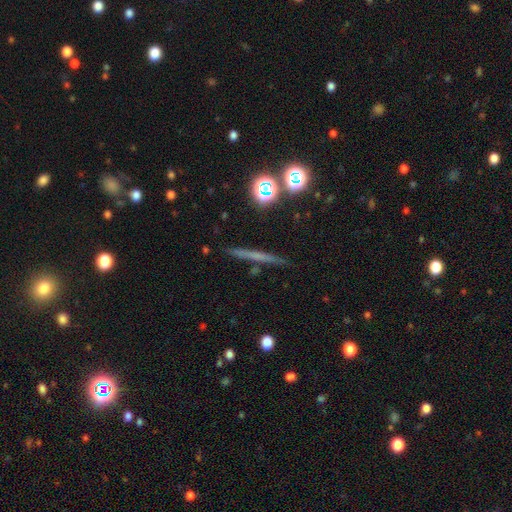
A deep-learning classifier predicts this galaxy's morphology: The model was most divided on "smooth or featured": featured or disk: 43%, smooth: 42%, star or artifact: 15%. More confident: merging — none (88%).